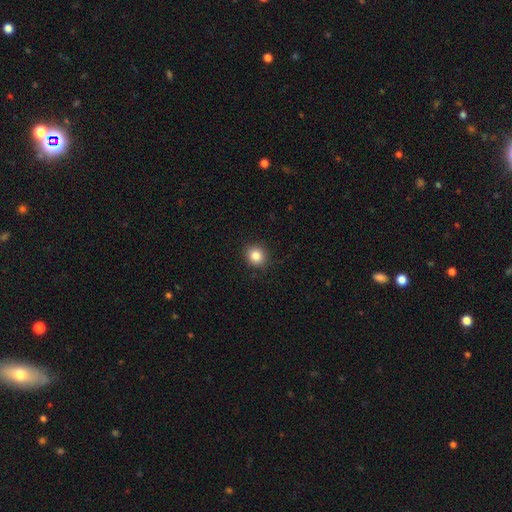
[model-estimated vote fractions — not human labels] The model was most divided on "how rounded": round: 86%, in between: 13%, cigar-shaped: 1%. More confident: merging — none (91%); smooth or featured — smooth (85%).